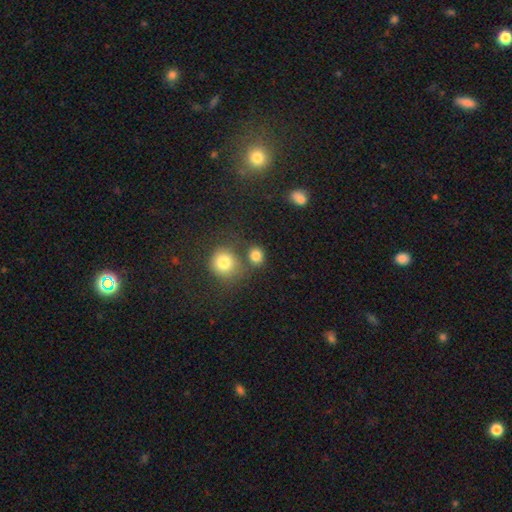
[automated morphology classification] smooth 81%, star or artifact 12%, featured or disk 7%. Down the decision tree: how rounded — round (75%); merging — none (63%).